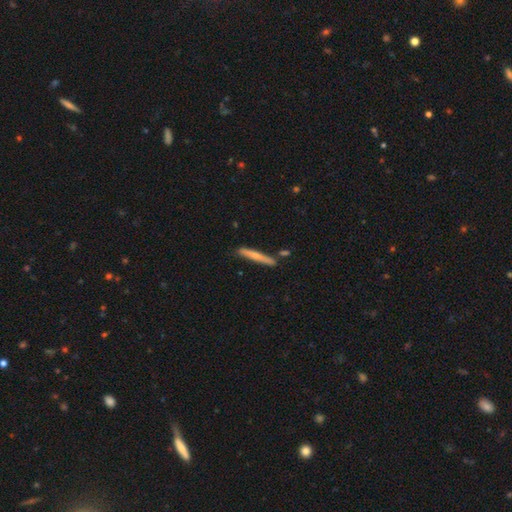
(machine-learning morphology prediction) Smooth or featured? smooth (59%)
How rounded? cigar-shaped (96%)
Merging? none (80%)